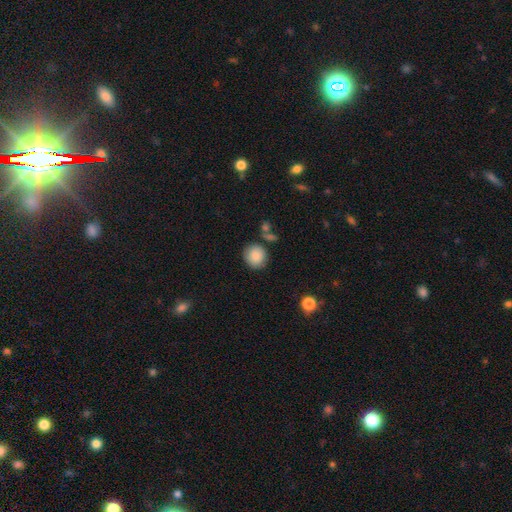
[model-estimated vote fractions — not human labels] This is clearly a smooth galaxy (86%). How rounded: clearly round (88%). Merging: clearly none (80%).